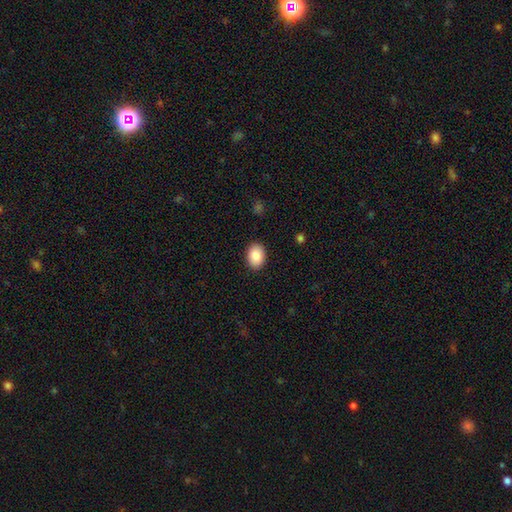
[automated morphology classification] Smooth or featured? Predicted: smooth (p=0.87). How rounded? Predicted: in between (p=0.75). Merging? Predicted: none (p=0.90).